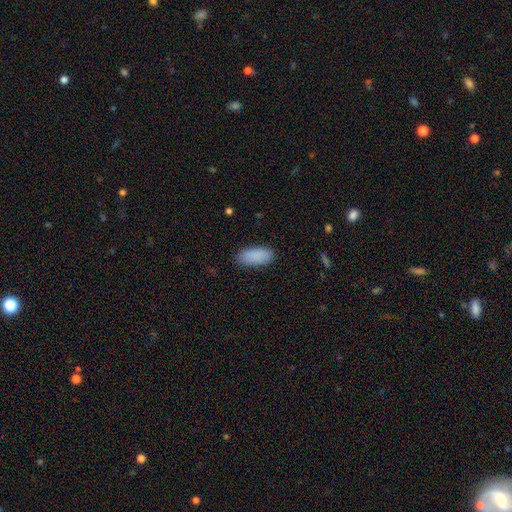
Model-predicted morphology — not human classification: Smooth or featured? Predicted: smooth (p=0.90). How rounded? Predicted: in between (p=0.89). Merging? Predicted: none (p=0.85).